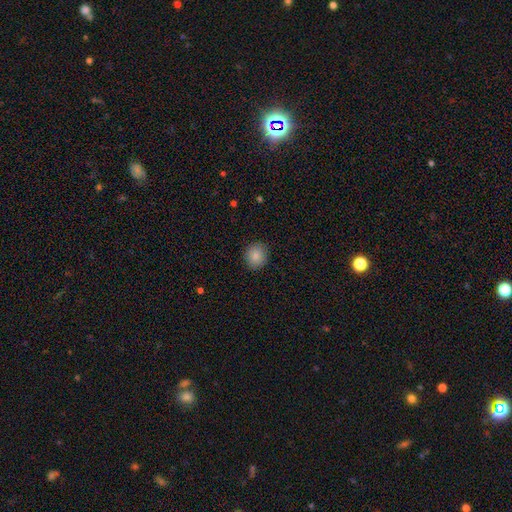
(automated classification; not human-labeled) Smooth or featured? Predicted: smooth (p=0.86). How rounded? Predicted: round (p=0.84). Merging? Predicted: none (p=0.90).